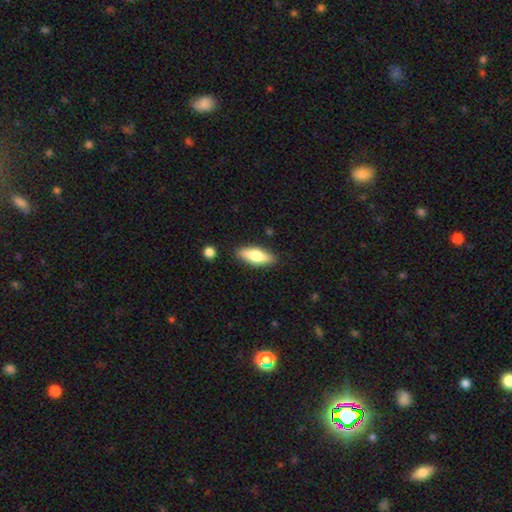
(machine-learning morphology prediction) Smooth or featured?
  - smooth: 64% *
  - featured or disk: 30%
  - star or artifact: 6%
How rounded?
  - in between: 62% *
  - cigar-shaped: 35%
  - round: 3%
Merging?
  - none: 86% *
  - minor disturbance: 10%
  - major disturbance: 2%
  - merger: 2%